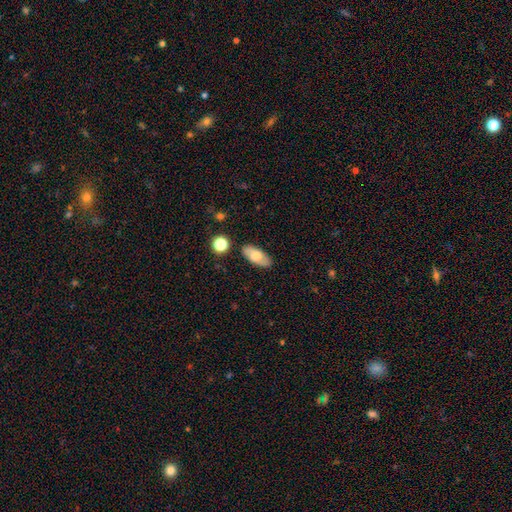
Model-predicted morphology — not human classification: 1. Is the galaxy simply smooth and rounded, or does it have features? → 66% smooth, 27% featured or disk, 7% star or artifact.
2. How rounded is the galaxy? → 88% in between, 9% cigar-shaped, 3% round.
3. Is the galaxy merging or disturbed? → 85% none, 10% minor disturbance, 2% merger, 2% major disturbance.